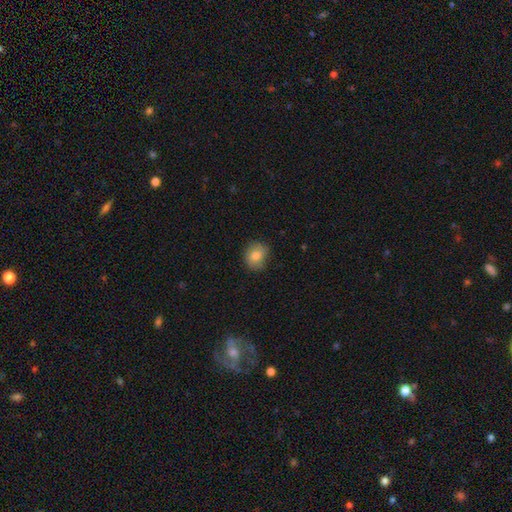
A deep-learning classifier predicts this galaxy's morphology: A smooth galaxy with no disk features (80%) that is round (69%). Merging: none (78%).